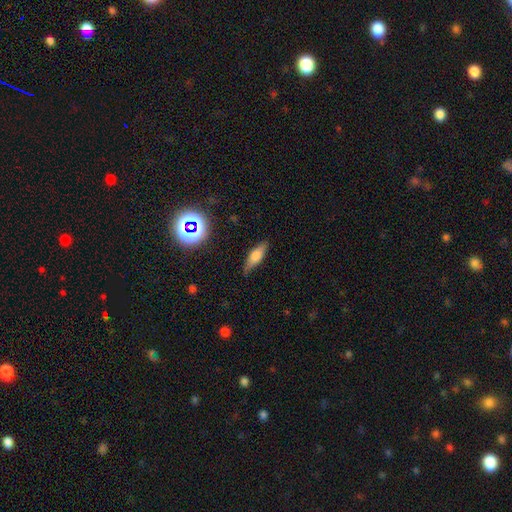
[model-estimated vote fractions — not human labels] Smooth or featured? smooth (66%)
How rounded? in between (60%)
Merging? none (78%)